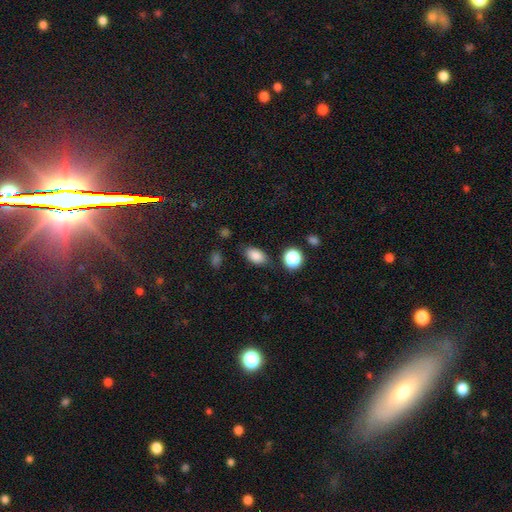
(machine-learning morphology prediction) Overall: smooth (85%). How rounded: in between (87%). Merging: none (81%).